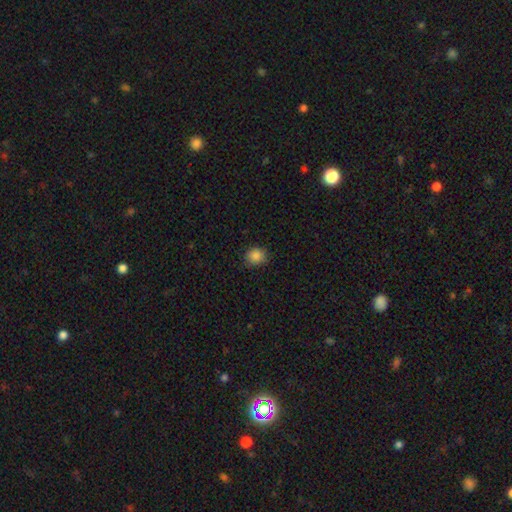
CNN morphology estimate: Smooth or featured? smooth (86%)
How rounded? round (74%)
Merging? none (83%)